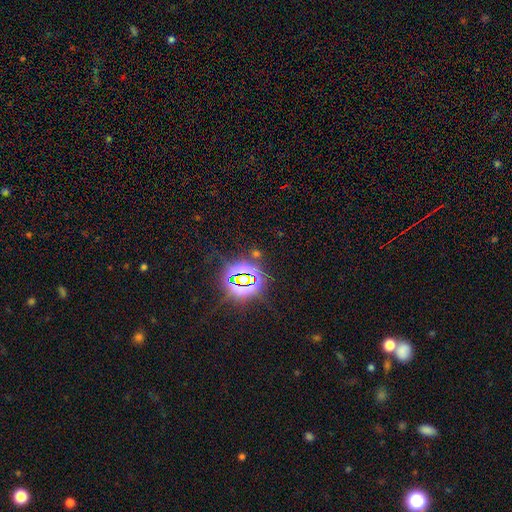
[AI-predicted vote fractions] A star or artifact, not a galaxy (80%).